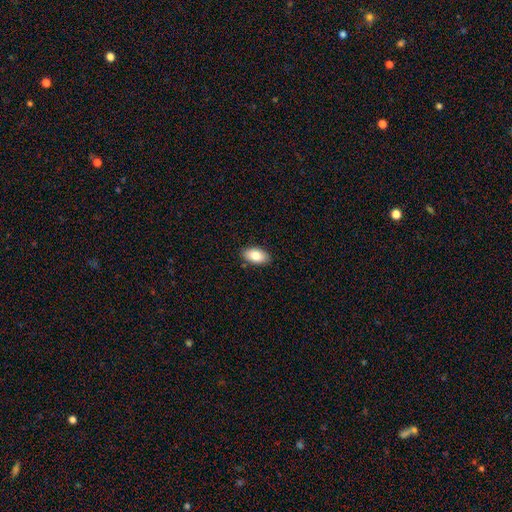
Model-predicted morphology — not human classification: Smooth or featured: smooth — 83% (featured or disk — 10%)
How rounded: in between — 93% (round — 5%)
Merging: none — 88% (minor disturbance — 9%)